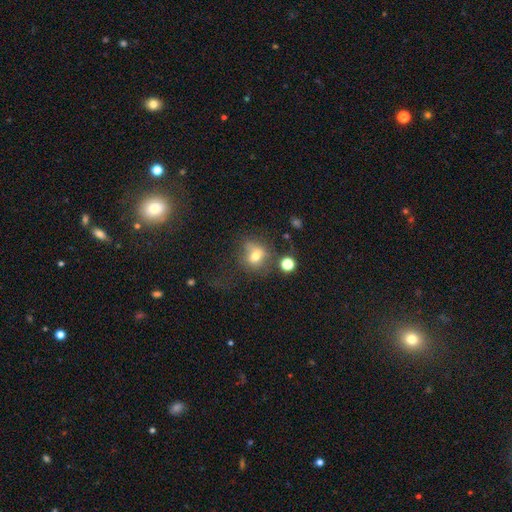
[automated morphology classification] This is likely a smooth galaxy (65%). How rounded: likely round (66%). Merging: possibly none (51%).